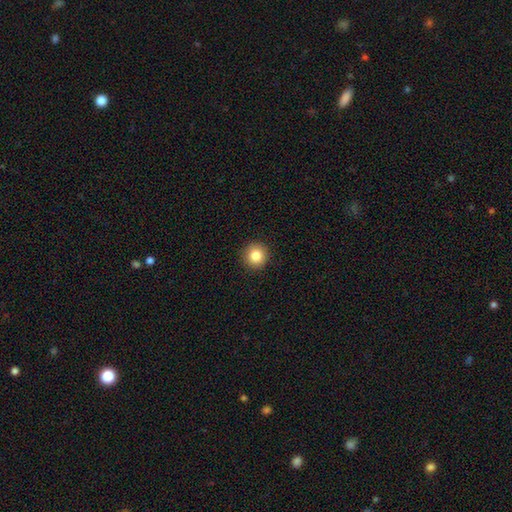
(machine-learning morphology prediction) type=smooth (84%); roundness=round (94%); merging=none (93%).